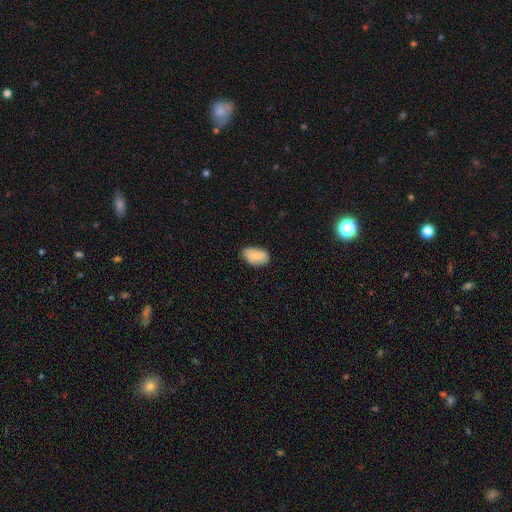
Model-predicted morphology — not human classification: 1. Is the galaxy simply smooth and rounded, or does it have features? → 78% smooth, 15% featured or disk, 7% star or artifact.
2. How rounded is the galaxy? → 93% in between, 6% round, 2% cigar-shaped.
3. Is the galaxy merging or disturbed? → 78% none, 18% minor disturbance, 3% major disturbance, 1% merger.